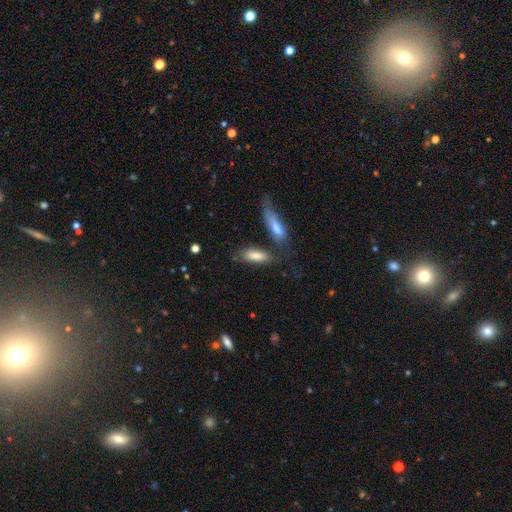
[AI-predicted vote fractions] This appears to be a smooth galaxy with no disk features (80%) that is in between round and cigar-shaped (62%). Merging: none (52%).